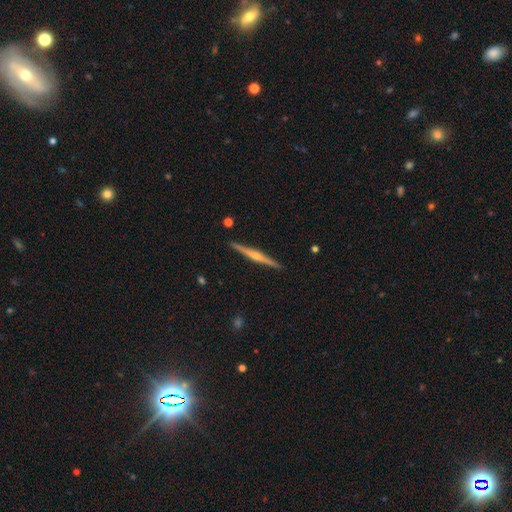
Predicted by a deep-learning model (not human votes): featured or disk 72%, smooth 23%, star or artifact 5%. Down the decision tree: edge-on disk — yes (98%); edge-on bulge — rounded (76%); merging — none (92%).